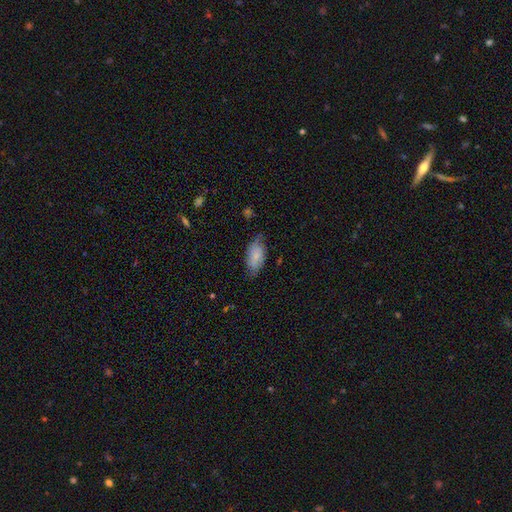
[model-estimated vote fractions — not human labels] Smooth or featured? smooth (70%)
How rounded? in between (92%)
Merging? none (63%)